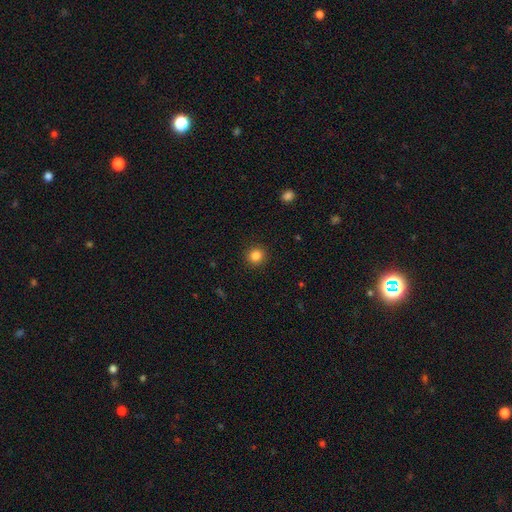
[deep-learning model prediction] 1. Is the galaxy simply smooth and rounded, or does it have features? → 84% smooth, 11% star or artifact, 4% featured or disk.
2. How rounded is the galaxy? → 91% round, 8% in between, 1% cigar-shaped.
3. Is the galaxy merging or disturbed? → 92% none, 5% minor disturbance, 2% major disturbance, 1% merger.